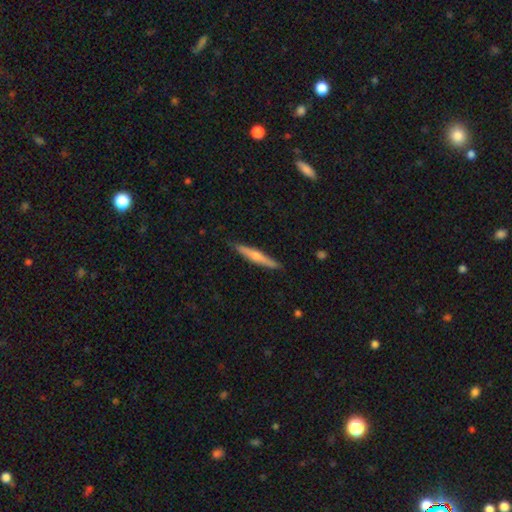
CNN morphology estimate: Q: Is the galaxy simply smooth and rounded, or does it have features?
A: featured or disk — 54%.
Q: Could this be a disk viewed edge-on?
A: yes — 96%.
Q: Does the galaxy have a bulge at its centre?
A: rounded — 80%.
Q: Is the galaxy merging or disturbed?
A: none — 88%.